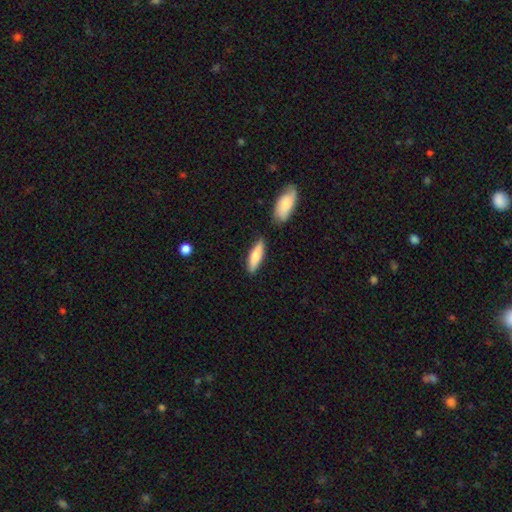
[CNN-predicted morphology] Smooth or featured? smooth (72%)
How rounded? cigar-shaped (57%)
Merging? none (79%)